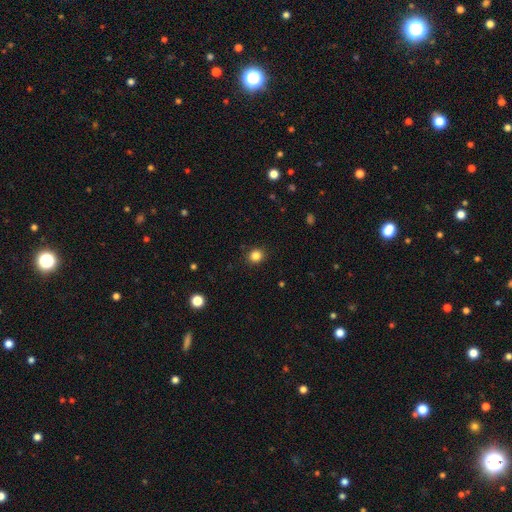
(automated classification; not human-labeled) Q: Smooth or featured?
A: smooth (84%); runner-up: star or artifact (12%)
Q: How rounded?
A: round (86%); runner-up: in between (13%)
Q: Merging?
A: none (90%); runner-up: minor disturbance (6%)